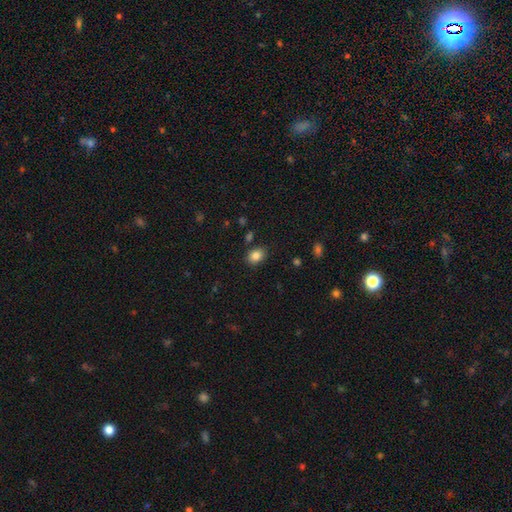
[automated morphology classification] This appears to be a smooth galaxy with no disk features (85%) that is in between round and cigar-shaped (63%). Merging: none (83%).